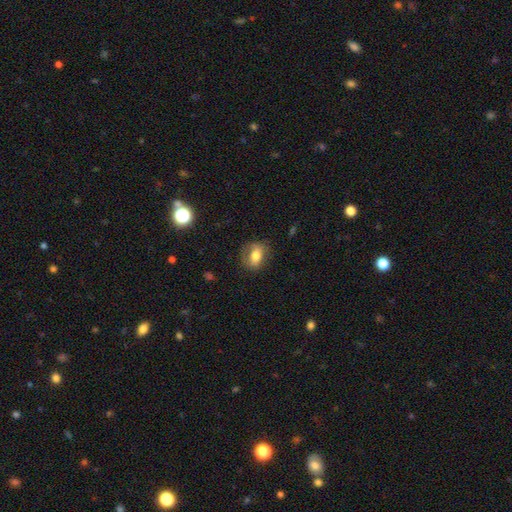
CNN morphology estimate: Smooth or featured? Predicted: smooth (p=0.62). How rounded? Predicted: in between (p=0.62). Merging? Predicted: none (p=0.69).